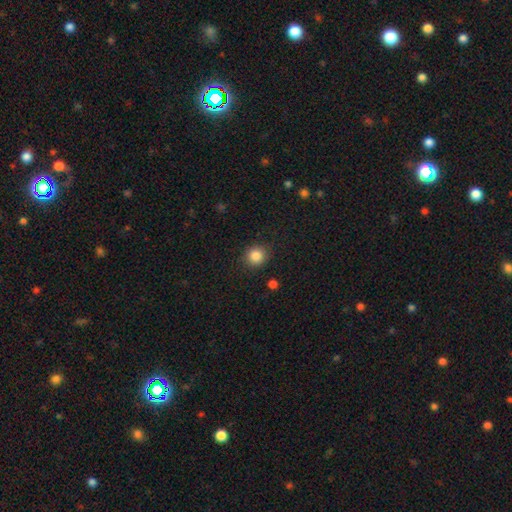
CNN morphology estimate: A smooth galaxy with no disk features (85%) that is round (90%).

Vote fractions:
- Smooth or featured? smooth: 85% / star or artifact: 10% / featured or disk: 5%
- How rounded? round: 90% / in between: 9% / cigar-shaped: 1%
- Merging? none: 89% / minor disturbance: 7% / major disturbance: 3% / merger: 1%